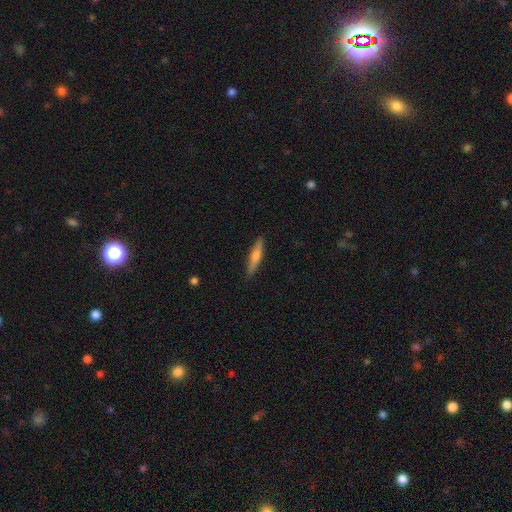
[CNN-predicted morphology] smooth 51%, featured or disk 43%, star or artifact 6%. Down the decision tree: how rounded — cigar-shaped (87%); merging — none (90%).